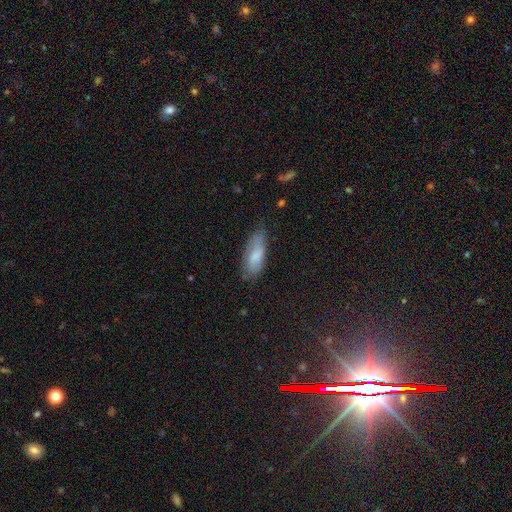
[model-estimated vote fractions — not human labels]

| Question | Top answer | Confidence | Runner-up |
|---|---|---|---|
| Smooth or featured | smooth | 75% | featured or disk (17%) |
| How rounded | in between | 71% | cigar-shaped (27%) |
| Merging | none | 63% | minor disturbance (28%) |